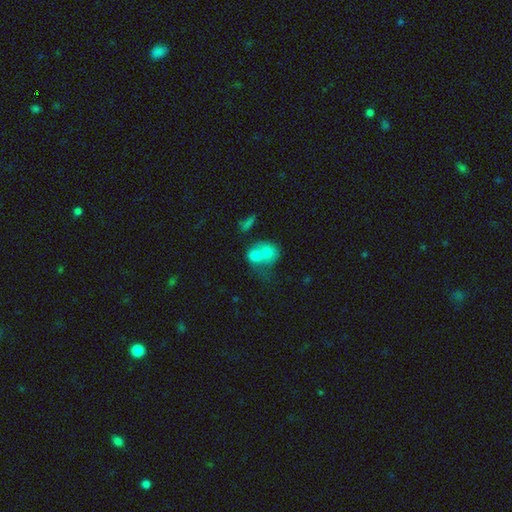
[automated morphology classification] Smooth or featured?
  - smooth: 71% *
  - featured or disk: 20%
  - star or artifact: 9%
How rounded?
  - round: 57% *
  - in between: 41%
  - cigar-shaped: 1%
Merging?
  - merger: 74% *
  - none: 16%
  - minor disturbance: 6%
  - major disturbance: 4%